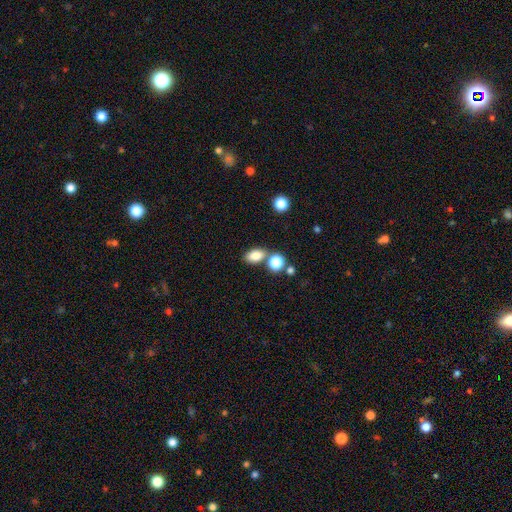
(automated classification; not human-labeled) Smooth or featured?
  - smooth: 83% *
  - star or artifact: 10%
  - featured or disk: 6%
How rounded?
  - in between: 81% *
  - round: 17%
  - cigar-shaped: 2%
Merging?
  - none: 64% *
  - merger: 22%
  - minor disturbance: 11%
  - major disturbance: 3%